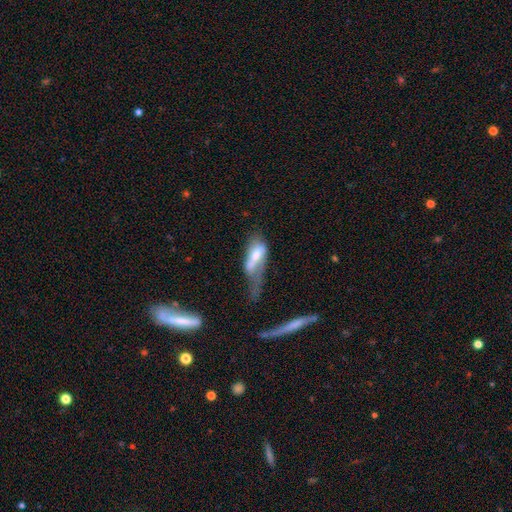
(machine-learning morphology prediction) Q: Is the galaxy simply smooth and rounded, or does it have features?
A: smooth — 53%.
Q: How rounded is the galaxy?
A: in between — 77%.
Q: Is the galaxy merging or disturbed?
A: major disturbance — 49%.